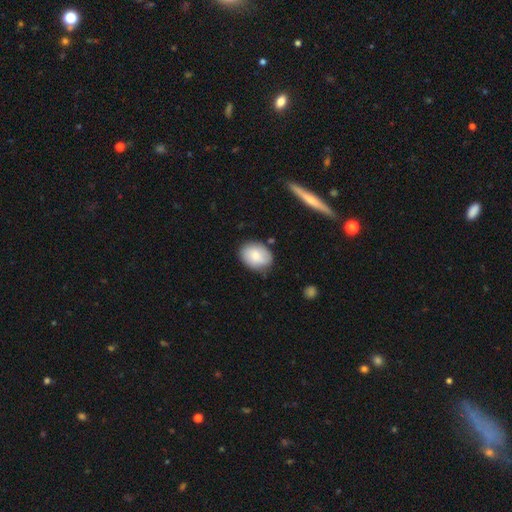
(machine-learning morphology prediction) Q: Smooth or featured?
A: smooth (76%); runner-up: featured or disk (17%)
Q: How rounded?
A: in between (63%); runner-up: round (36%)
Q: Merging?
A: none (78%); runner-up: minor disturbance (17%)